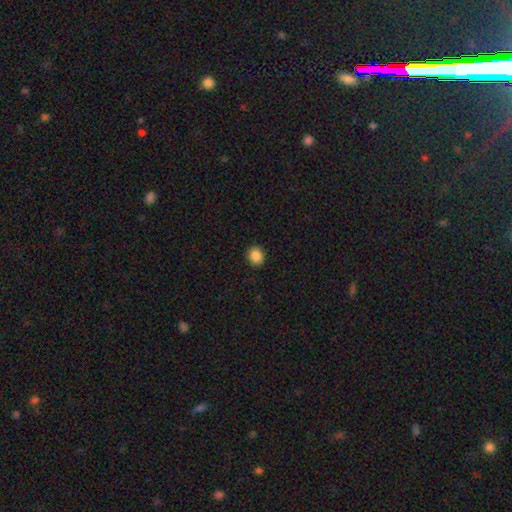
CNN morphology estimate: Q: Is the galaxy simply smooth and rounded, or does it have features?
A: smooth — 87%.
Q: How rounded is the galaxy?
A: round — 72%.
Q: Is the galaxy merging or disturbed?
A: none — 91%.